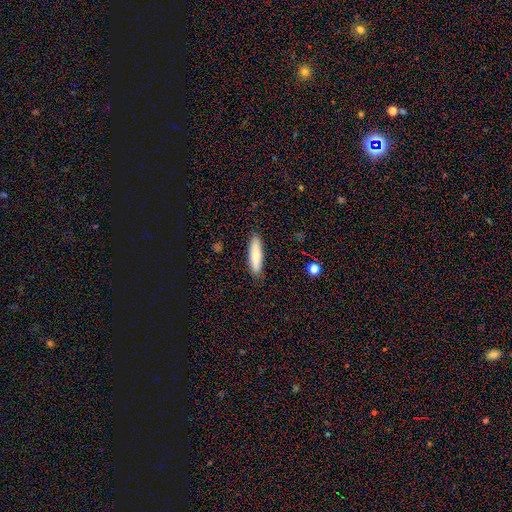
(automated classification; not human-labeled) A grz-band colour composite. It shows a smooth galaxy with no disk features (73%) that is cigar-shaped (72%). Merging: none (88%).